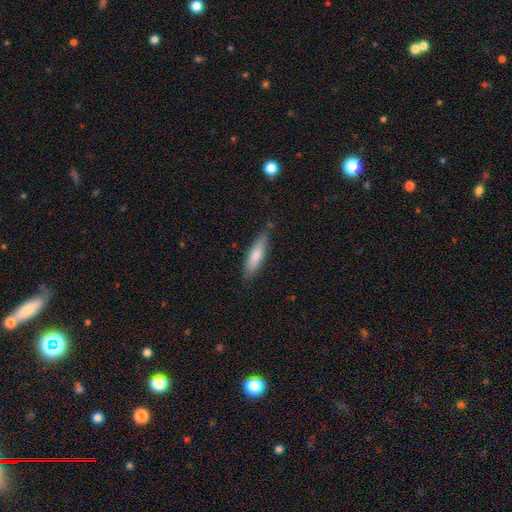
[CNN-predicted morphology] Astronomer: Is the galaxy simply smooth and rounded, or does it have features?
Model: smooth — 72%.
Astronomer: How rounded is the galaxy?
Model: cigar-shaped — 69%.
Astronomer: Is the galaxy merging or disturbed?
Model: none — 78%.